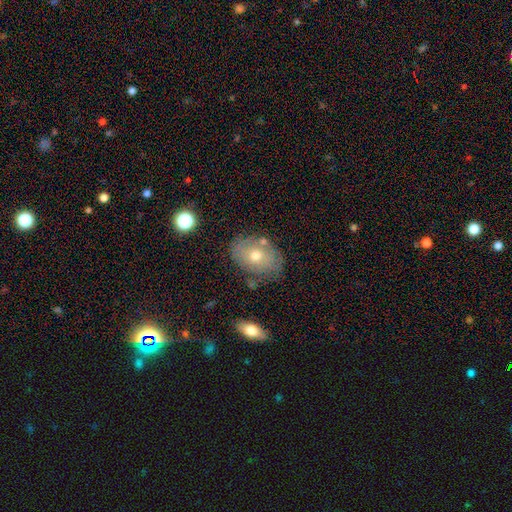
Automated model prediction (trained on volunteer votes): Smooth or featured?
  - smooth: 57% *
  - featured or disk: 33%
  - star or artifact: 10%
How rounded?
  - in between: 79% *
  - round: 20%
  - cigar-shaped: 1%
Merging?
  - none: 72% *
  - minor disturbance: 18%
  - merger: 5%
  - major disturbance: 5%